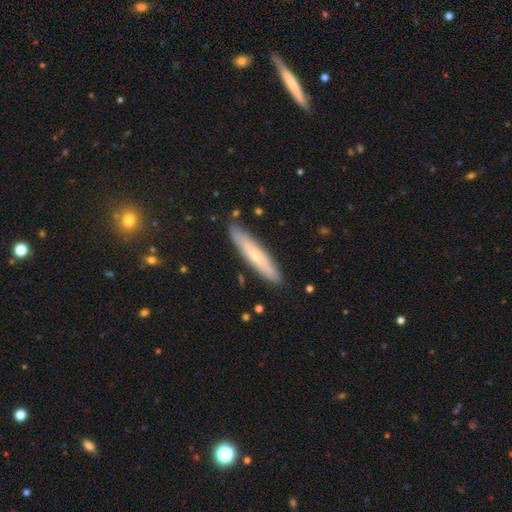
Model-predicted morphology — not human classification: Smooth or featured? Predicted: smooth (p=0.54). How rounded? Predicted: cigar-shaped (p=0.87). Merging? Predicted: none (p=0.87).